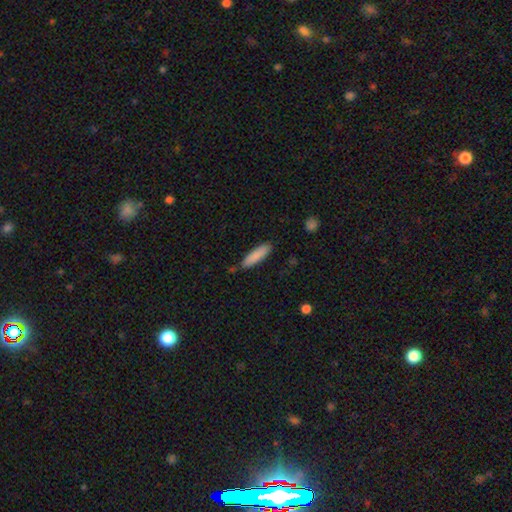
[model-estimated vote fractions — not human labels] smooth_or_featured: smooth (p=0.86) [alt: featured or disk p=0.08]
how_rounded: cigar-shaped (p=0.70) [alt: in between p=0.29]
merging: none (p=0.81) [alt: minor disturbance p=0.14]